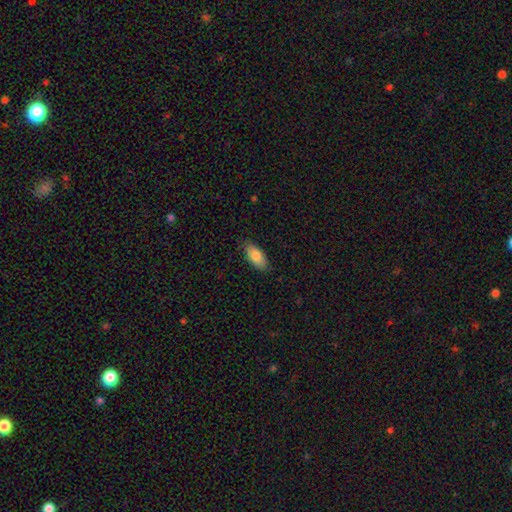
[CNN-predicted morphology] This is clearly a smooth galaxy (84%). How rounded: clearly in between (90%). Merging: clearly none (84%).